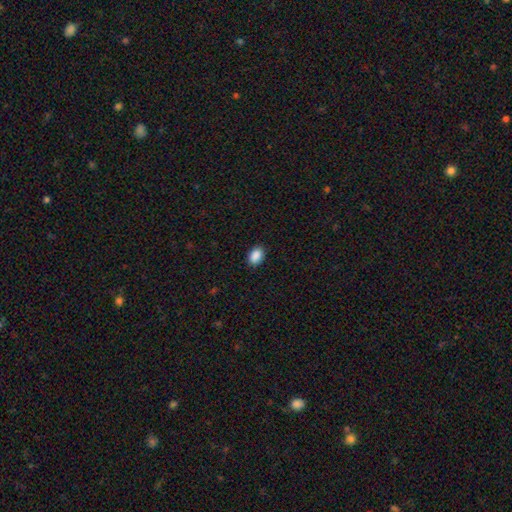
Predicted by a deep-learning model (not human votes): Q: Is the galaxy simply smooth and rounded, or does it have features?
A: smooth — 90%.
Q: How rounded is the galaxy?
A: in between — 83%.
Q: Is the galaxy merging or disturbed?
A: none — 89%.